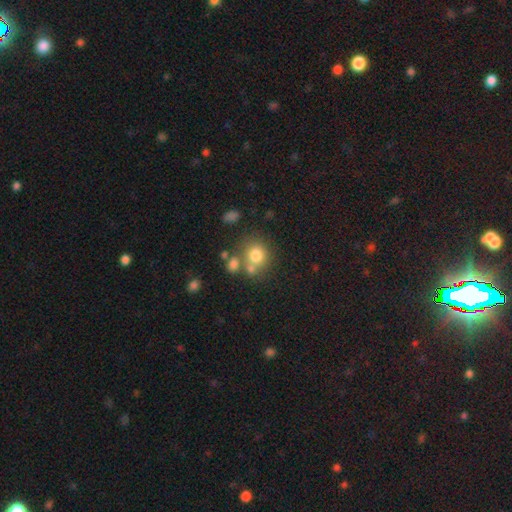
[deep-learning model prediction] This is likely a smooth galaxy (75%). How rounded: clearly round (82%). Merging: possibly none (57%).